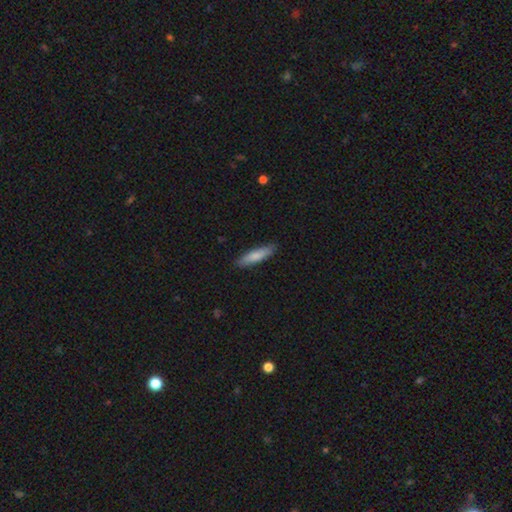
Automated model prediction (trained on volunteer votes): Q: Smooth or featured?
A: smooth (79%); runner-up: featured or disk (16%)
Q: How rounded?
A: cigar-shaped (73%); runner-up: in between (26%)
Q: Merging?
A: none (87%); runner-up: minor disturbance (10%)